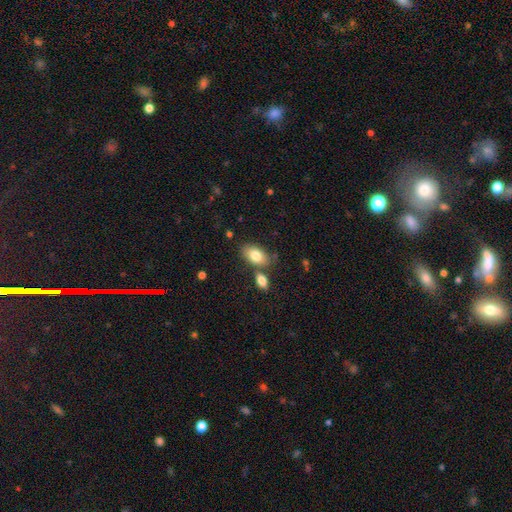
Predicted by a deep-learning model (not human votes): smooth-or-featured: smooth: 81% | featured or disk: 12% | star or artifact: 7%
  how-rounded: in between: 92% | round: 5% | cigar-shaped: 2%
  merging: none: 68% | merger: 17% | minor disturbance: 12% | major disturbance: 3%